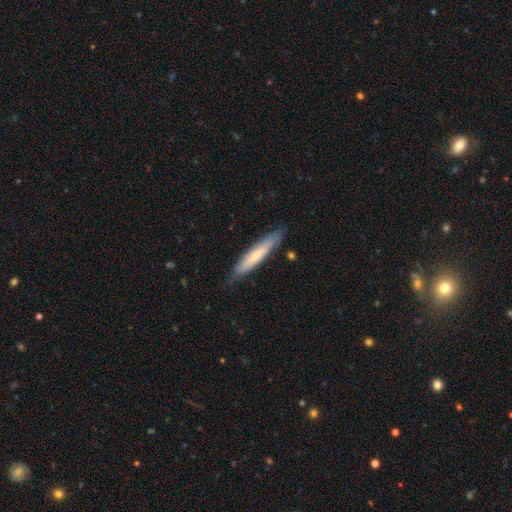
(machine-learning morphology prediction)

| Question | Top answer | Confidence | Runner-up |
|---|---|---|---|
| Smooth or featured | smooth | 61% | featured or disk (34%) |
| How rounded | cigar-shaped | 89% | in between (9%) |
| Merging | none | 79% | minor disturbance (17%) |